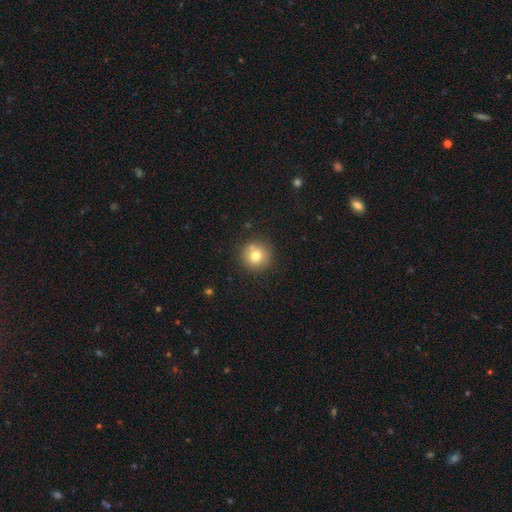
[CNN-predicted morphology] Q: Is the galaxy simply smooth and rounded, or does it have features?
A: smooth — 76%.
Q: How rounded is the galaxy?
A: round — 95%.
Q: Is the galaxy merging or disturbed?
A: none — 83%.